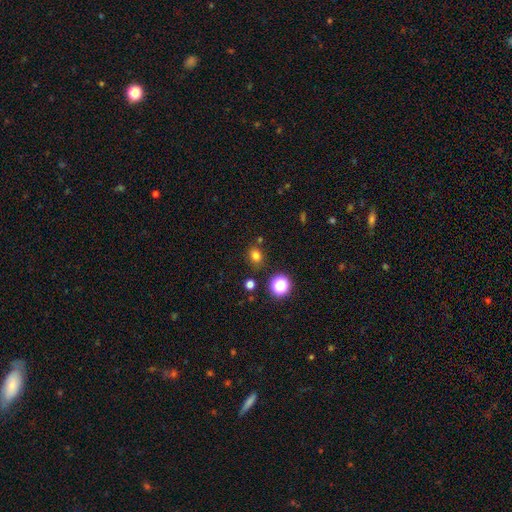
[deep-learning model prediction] This appears to be a smooth galaxy with no disk features (77%) that is round (66%). Merging: none (81%).